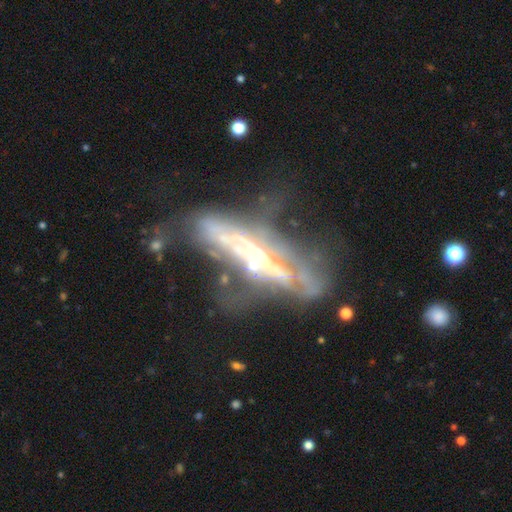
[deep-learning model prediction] smooth_or_featured: featured or disk (p=0.77) [alt: smooth p=0.14]
disk_edge_on: yes (p=0.66) [alt: no p=0.34]
edge_on_bulge: rounded (p=0.46) [alt: none p=0.37]
merging: none (p=0.35) [alt: major disturbance p=0.31]